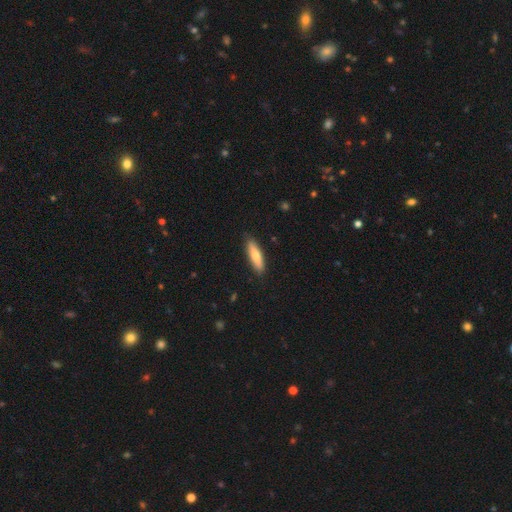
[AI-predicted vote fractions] Morphology: type=smooth (72%); roundness=cigar-shaped (70%); merging=none (88%).